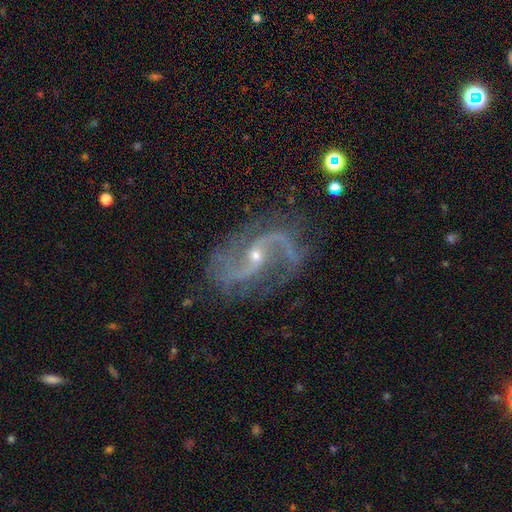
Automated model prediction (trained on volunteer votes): The model was most divided on "bar": no: 40%, weak: 38%, strong: 22%. More confident: spiral arms — yes (98%); edge-on disk — no (98%); spiral arm count — 2 (92%); smooth or featured — featured or disk (92%); merging — none (76%); bulge size — small (70%); spiral winding — loose (54%).